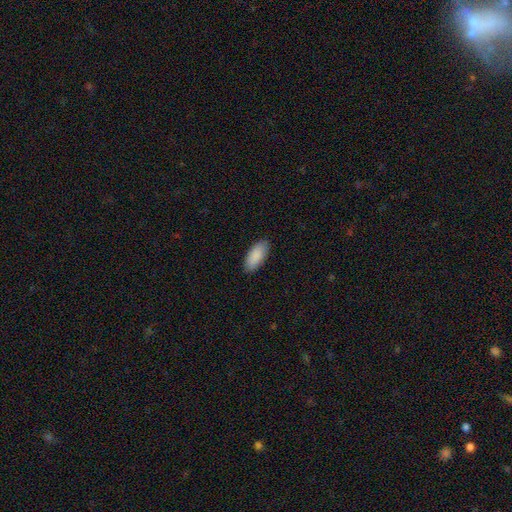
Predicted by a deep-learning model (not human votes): This is clearly a smooth galaxy (90%). How rounded: clearly in between (88%). Merging: clearly none (89%).